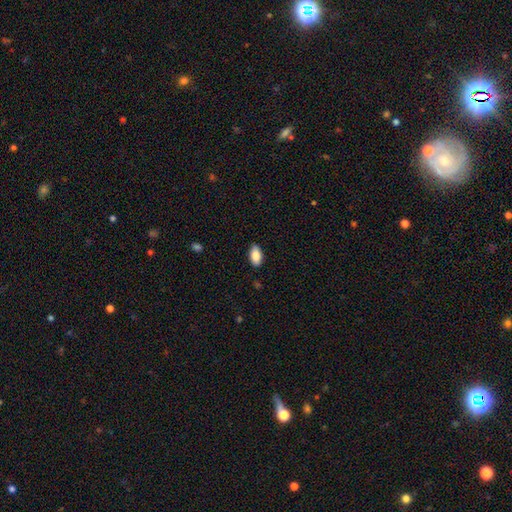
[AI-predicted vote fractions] A smooth galaxy with no disk features (87%) that is in between round and cigar-shaped (93%).

Vote fractions:
- Smooth or featured? smooth: 87% / star or artifact: 7% / featured or disk: 6%
- How rounded? in between: 93% / cigar-shaped: 4% / round: 3%
- Merging? none: 87% / minor disturbance: 10% / major disturbance: 2% / merger: 1%